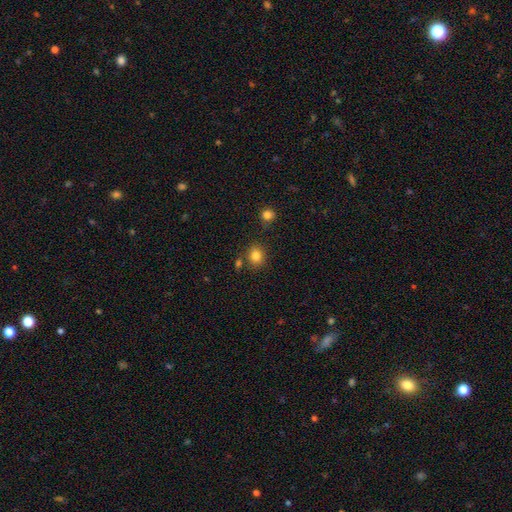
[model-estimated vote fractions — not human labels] Q: Smooth or featured?
A: smooth (82%); runner-up: star or artifact (12%)
Q: How rounded?
A: round (72%); runner-up: in between (28%)
Q: Merging?
A: none (76%); runner-up: minor disturbance (12%)